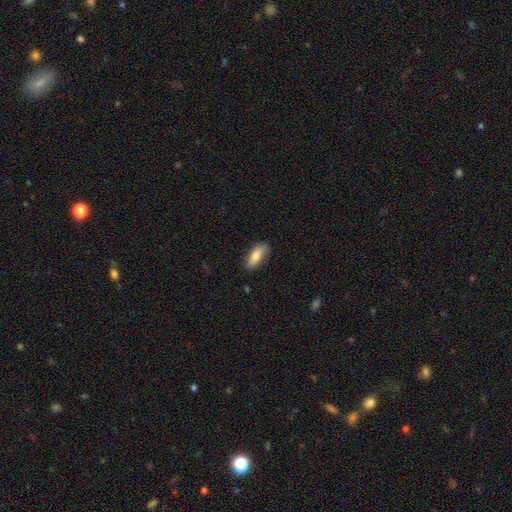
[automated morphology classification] Overall: smooth (79%). How rounded: in between (78%). Merging: none (75%).